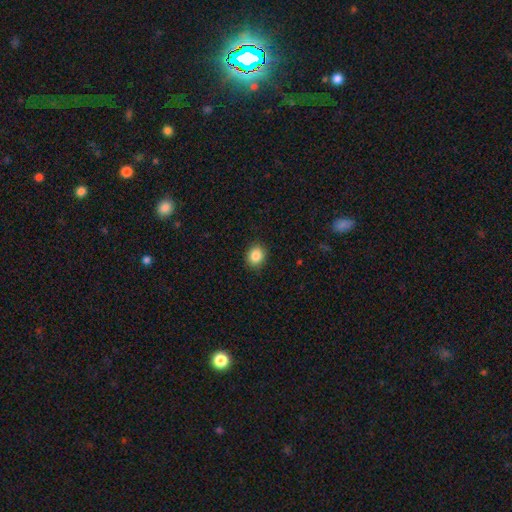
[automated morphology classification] smooth_or_featured: smooth (p=0.86) [alt: star or artifact p=0.09]
how_rounded: round (p=0.63) [alt: in between p=0.36]
merging: none (p=0.89) [alt: minor disturbance p=0.08]